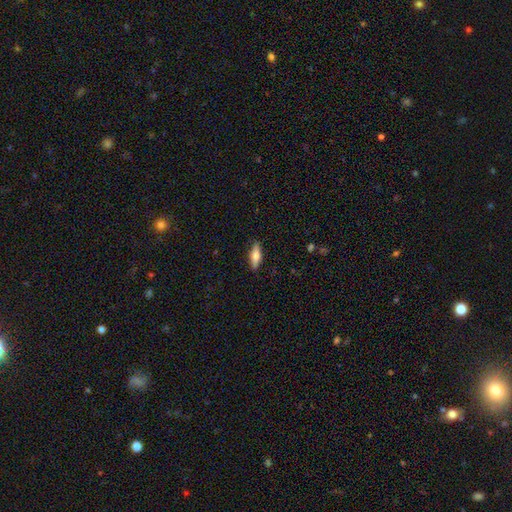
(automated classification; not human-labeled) Morphology: type=smooth (64%); roundness=in between (53%); merging=none (88%).